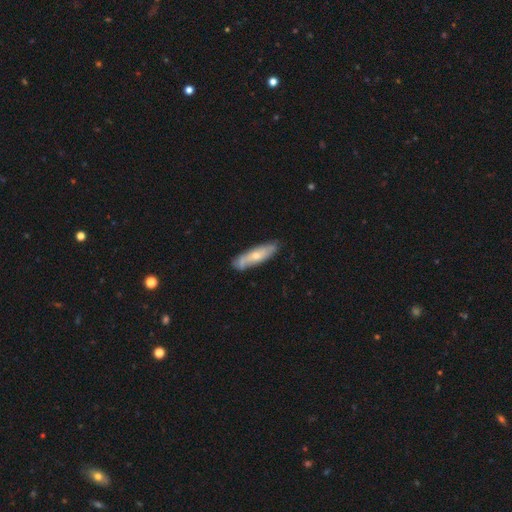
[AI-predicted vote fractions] smooth-or-featured: smooth: 52% | featured or disk: 43% | star or artifact: 6%
  how-rounded: cigar-shaped: 60% | in between: 38% | round: 2%
  merging: none: 72% | minor disturbance: 21% | major disturbance: 4% | merger: 3%